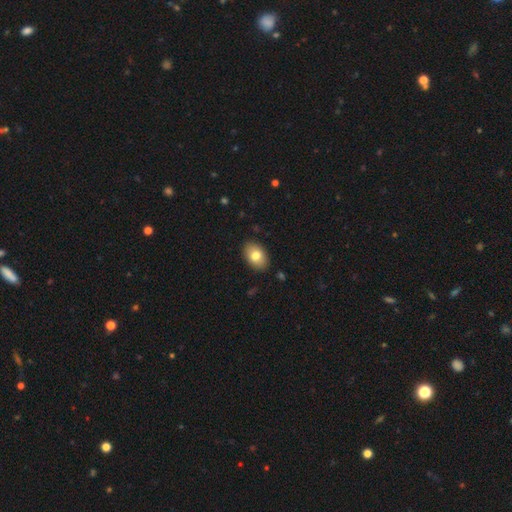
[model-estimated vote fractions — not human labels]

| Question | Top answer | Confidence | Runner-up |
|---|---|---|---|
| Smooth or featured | smooth | 78% | featured or disk (14%) |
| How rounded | in between | 85% | round (14%) |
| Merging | none | 88% | minor disturbance (9%) |